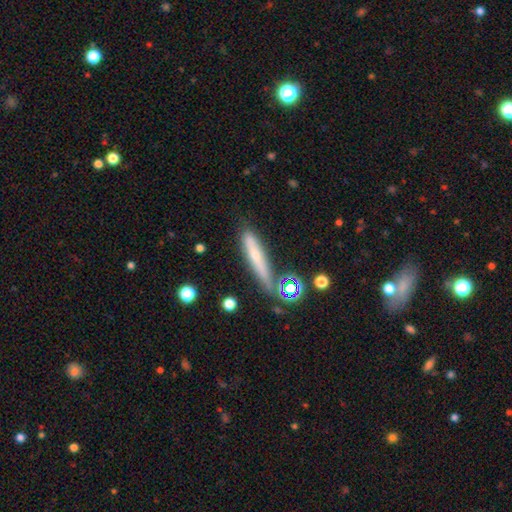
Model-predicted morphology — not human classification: smooth 53%, featured or disk 37%, star or artifact 11%. Down the decision tree: how rounded — cigar-shaped (87%); merging — none (62%).